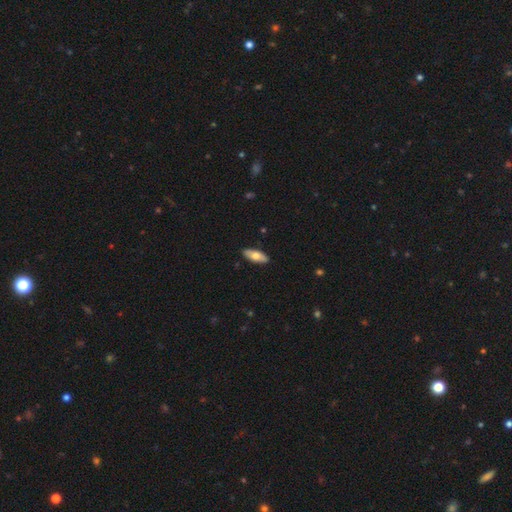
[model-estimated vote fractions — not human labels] Morphology: type=smooth (67%); roundness=in between (76%); merging=none (89%).